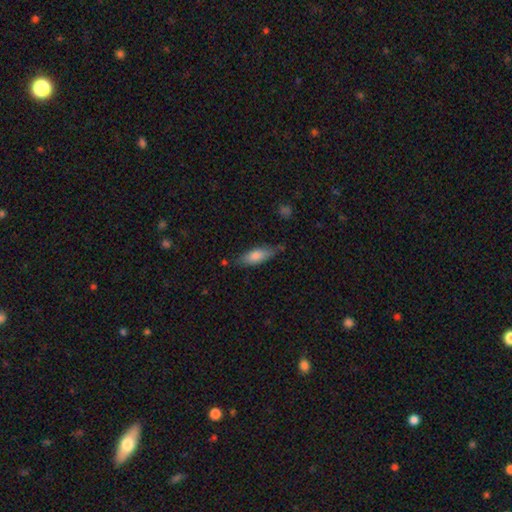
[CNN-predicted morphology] Smooth or featured? smooth (78%)
How rounded? in between (67%)
Merging? none (69%)